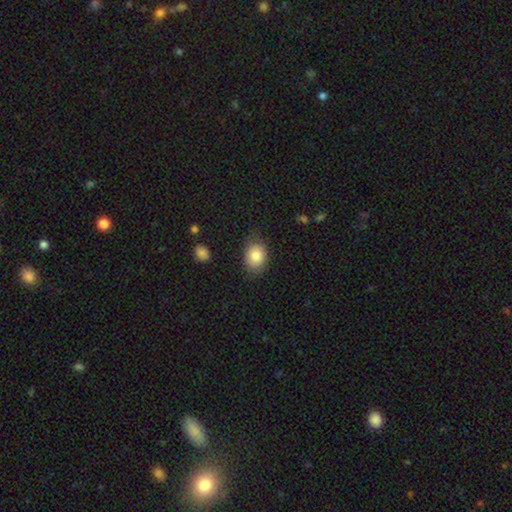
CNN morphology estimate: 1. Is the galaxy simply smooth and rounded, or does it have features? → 84% smooth, 8% featured or disk, 8% star or artifact.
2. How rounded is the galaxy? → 67% in between, 32% round, 1% cigar-shaped.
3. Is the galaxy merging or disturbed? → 77% none, 18% minor disturbance, 4% major disturbance, 1% merger.